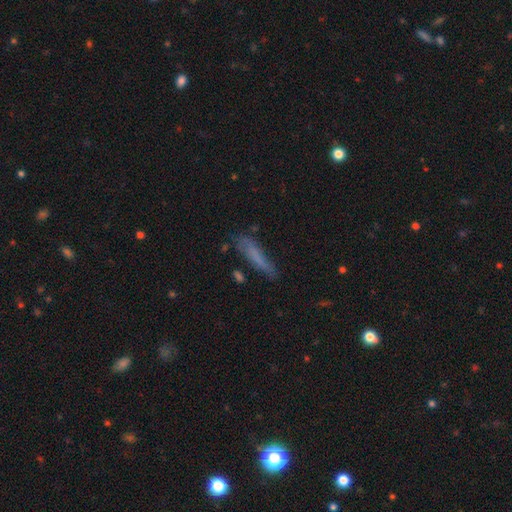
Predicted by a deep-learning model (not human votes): smooth 66%, featured or disk 25%, star or artifact 10%. Down the decision tree: how rounded — cigar-shaped (84%); merging — none (64%).